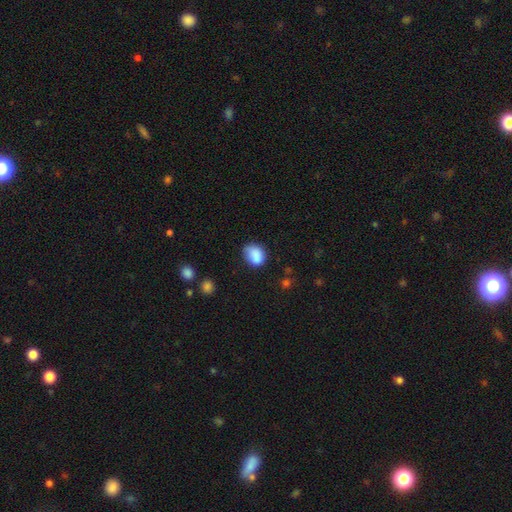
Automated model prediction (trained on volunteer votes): smooth_or_featured: smooth (p=0.85) [alt: star or artifact p=0.09]
how_rounded: in between (p=0.58) [alt: round p=0.41]
merging: none (p=0.58) [alt: minor disturbance p=0.31]